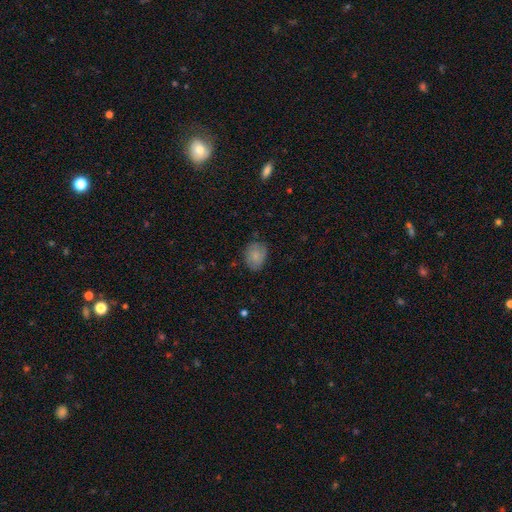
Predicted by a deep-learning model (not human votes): smooth 74%, featured or disk 18%, star or artifact 8%. Down the decision tree: how rounded — in between (67%); merging — none (73%).